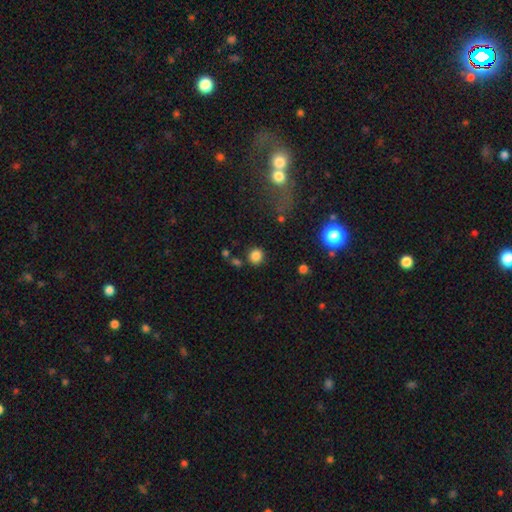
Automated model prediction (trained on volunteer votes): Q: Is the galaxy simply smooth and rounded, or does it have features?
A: smooth — 83%.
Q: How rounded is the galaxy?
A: round — 86%.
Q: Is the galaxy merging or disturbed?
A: none — 82%.